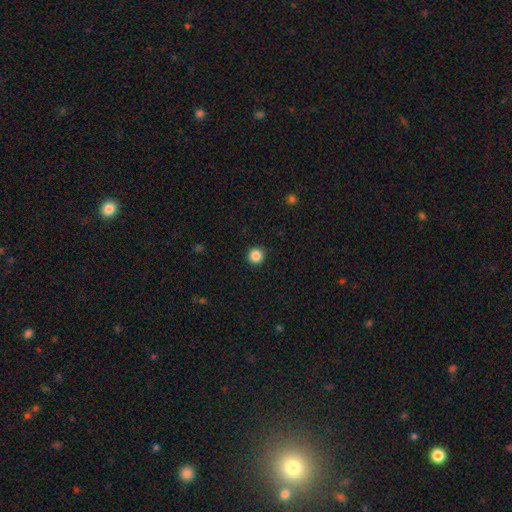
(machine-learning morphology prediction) smooth 86%, star or artifact 11%, featured or disk 3%. Down the decision tree: how rounded — round (96%); merging — none (93%).